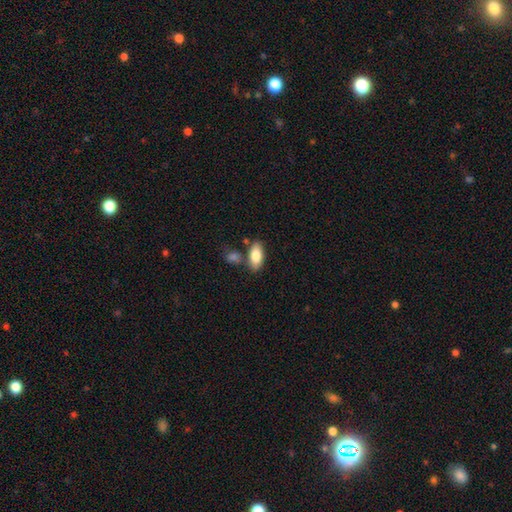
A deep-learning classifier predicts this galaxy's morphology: This is clearly a smooth galaxy (81%). How rounded: clearly in between (89%). Merging: likely none (71%).